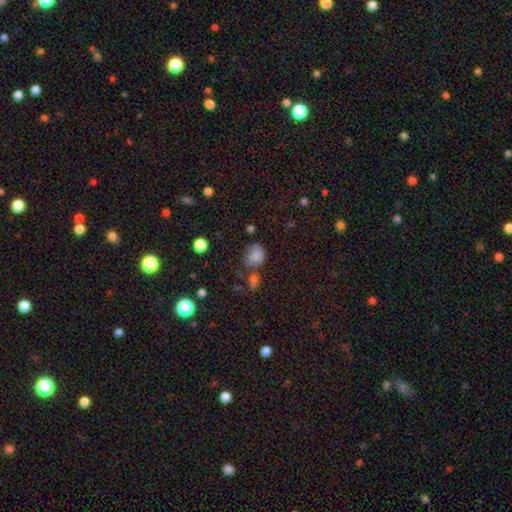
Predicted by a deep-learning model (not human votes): A smooth galaxy with no disk features (81%) that is round (58%).

Vote fractions:
- Smooth or featured? smooth: 81% / star or artifact: 12% / featured or disk: 7%
- How rounded? round: 58% / in between: 41% / cigar-shaped: 1%
- Merging? none: 50% / minor disturbance: 23% / merger: 16% / major disturbance: 10%